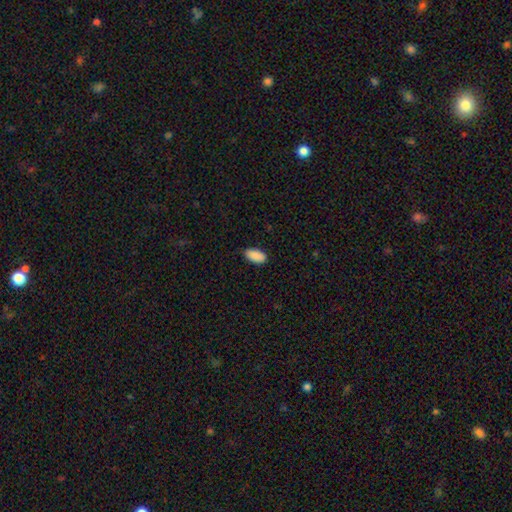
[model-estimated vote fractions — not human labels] Overall: smooth (90%). How rounded: in between (93%). Merging: none (81%).